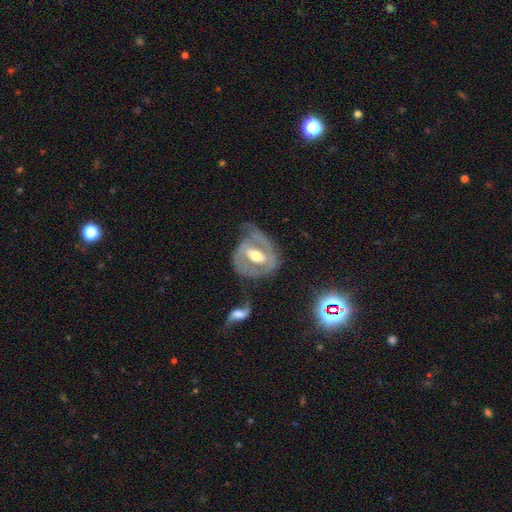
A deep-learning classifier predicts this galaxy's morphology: Smooth or featured? Predicted: featured or disk (p=0.77). Edge-on disk? Predicted: no (p=0.95). Bar? Predicted: weak (p=0.38). Spiral arms? Predicted: yes (p=0.64). Bulge size? Predicted: moderate (p=0.70). Merging? Predicted: none (p=0.41).